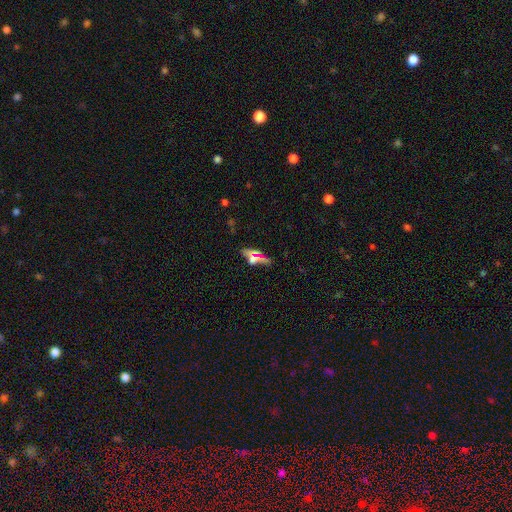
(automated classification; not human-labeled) This is possibly a smooth galaxy (52%). How rounded: possibly cigar-shaped (48%). Merging: likely none (62%).